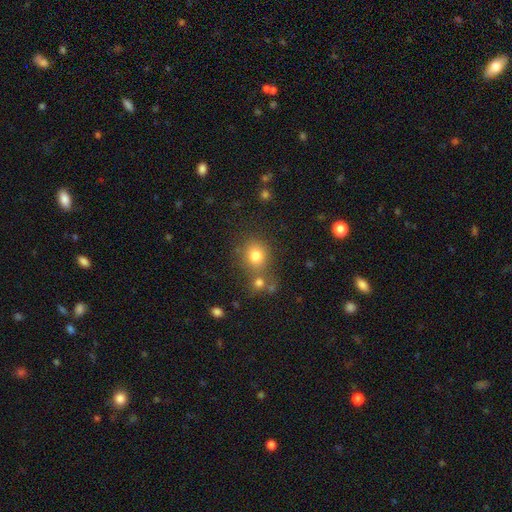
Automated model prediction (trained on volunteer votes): Smooth or featured?
  - smooth: 79% *
  - star or artifact: 13%
  - featured or disk: 8%
How rounded?
  - round: 77% *
  - in between: 22%
  - cigar-shaped: 1%
Merging?
  - none: 61% *
  - merger: 23%
  - minor disturbance: 11%
  - major disturbance: 5%